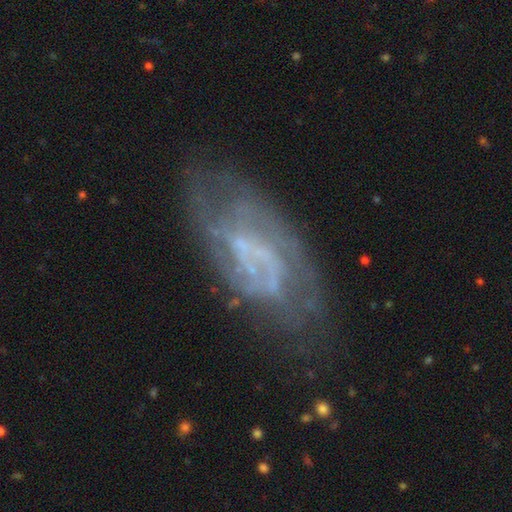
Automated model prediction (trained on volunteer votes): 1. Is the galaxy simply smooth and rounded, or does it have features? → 74% featured or disk, 16% smooth, 10% star or artifact.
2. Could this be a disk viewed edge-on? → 94% no, 6% yes.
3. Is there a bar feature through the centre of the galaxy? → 52% no, 36% weak, 12% strong.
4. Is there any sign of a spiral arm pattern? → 73% yes, 27% no.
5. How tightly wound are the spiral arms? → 38% medium, 36% tight, 26% loose.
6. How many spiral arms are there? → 43% can't tell, 33% 2, 8% 1, 8% 3, 4% 4, 3% more than 4.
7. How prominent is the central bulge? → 57% none, 32% small, 8% moderate, 2% large, 1% dominant.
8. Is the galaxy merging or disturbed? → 56% none, 23% minor disturbance, 18% major disturbance, 3% merger.